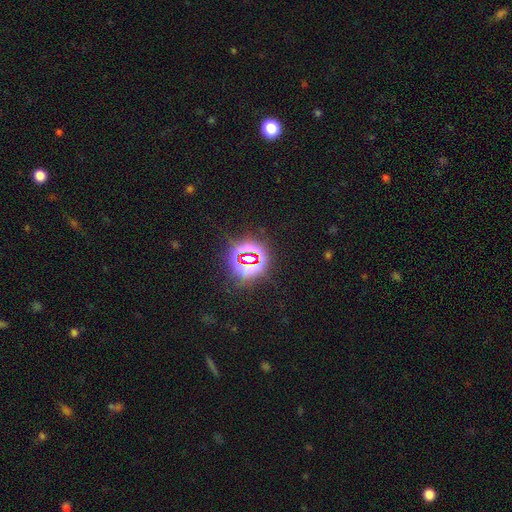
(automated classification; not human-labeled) A star or artifact, not a galaxy (78%).